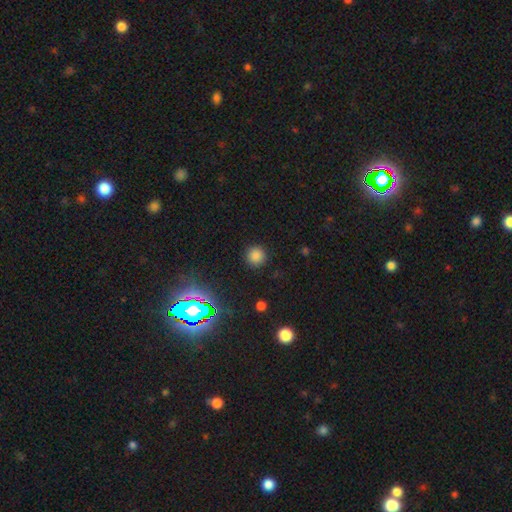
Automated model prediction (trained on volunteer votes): The model was most divided on "smooth or featured": smooth: 79%, star or artifact: 16%, featured or disk: 4%. More confident: how rounded — round (95%); merging — none (91%).